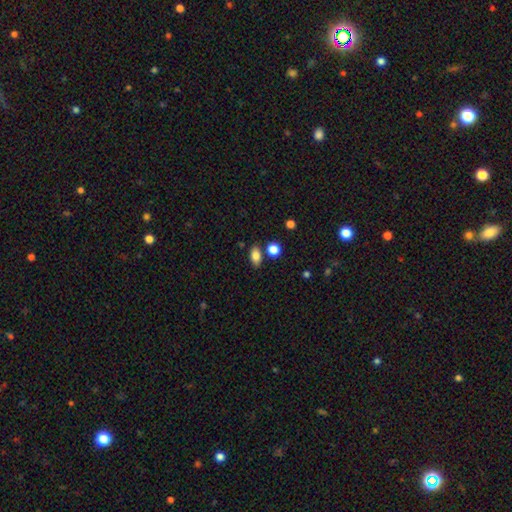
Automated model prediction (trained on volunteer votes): Smooth or featured: smooth — 83% (star or artifact — 10%)
How rounded: in between — 84% (round — 13%)
Merging: none — 76% (minor disturbance — 11%)